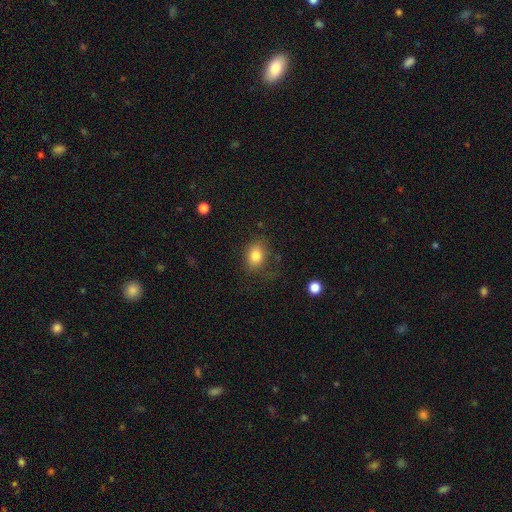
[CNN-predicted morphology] smooth_or_featured: smooth (p=0.82) [alt: star or artifact p=0.10]
how_rounded: in between (p=0.65) [alt: round p=0.34]
merging: none (p=0.72) [alt: minor disturbance p=0.18]